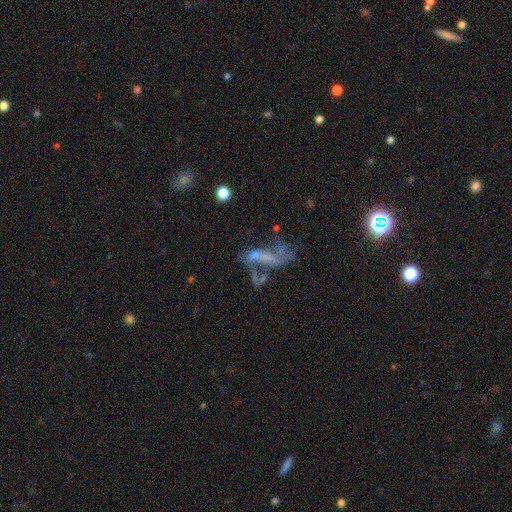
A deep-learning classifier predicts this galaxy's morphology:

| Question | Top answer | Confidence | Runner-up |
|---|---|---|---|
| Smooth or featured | featured or disk | 60% | smooth (22%) |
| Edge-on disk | no | 90% | yes (10%) |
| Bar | no | 61% | weak (25%) |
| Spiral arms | no | 58% | yes (42%) |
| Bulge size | none | 53% | small (28%) |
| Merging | merger | 33% | major disturbance (32%) |